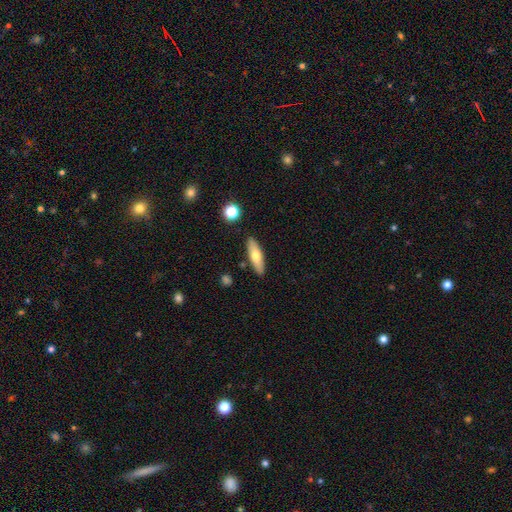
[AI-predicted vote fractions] Q: Smooth or featured?
A: smooth (65%); runner-up: featured or disk (29%)
Q: How rounded?
A: cigar-shaped (56%); runner-up: in between (41%)
Q: Merging?
A: none (86%); runner-up: minor disturbance (9%)